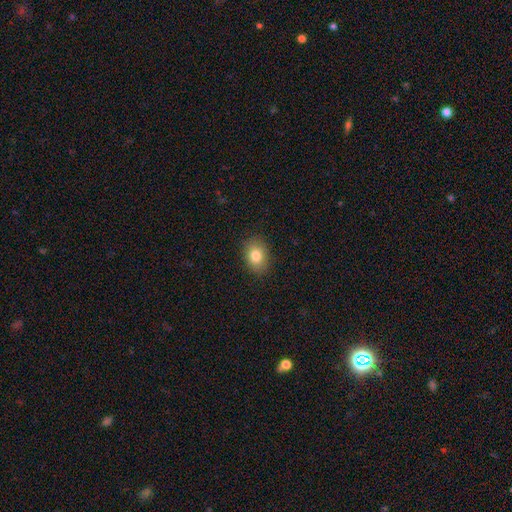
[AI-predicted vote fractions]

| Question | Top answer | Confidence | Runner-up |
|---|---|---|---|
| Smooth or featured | smooth | 81% | star or artifact (10%) |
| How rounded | in between | 70% | round (29%) |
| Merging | none | 88% | minor disturbance (9%) |